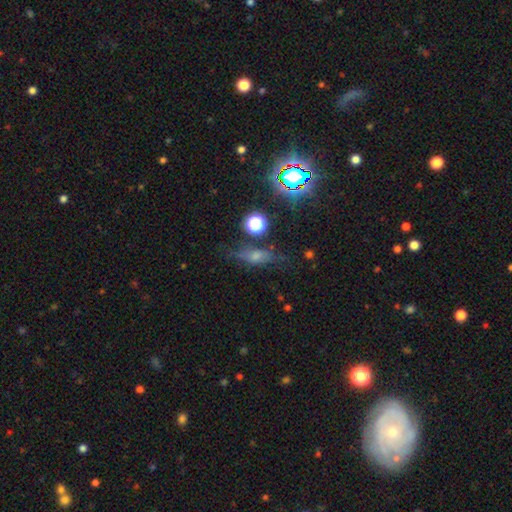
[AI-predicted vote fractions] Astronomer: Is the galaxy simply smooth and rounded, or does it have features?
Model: smooth — 51% (runner-up: featured or disk, 28%).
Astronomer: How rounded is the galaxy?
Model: in between — 55% (runner-up: cigar-shaped, 31%).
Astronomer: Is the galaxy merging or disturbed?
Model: none — 64%.